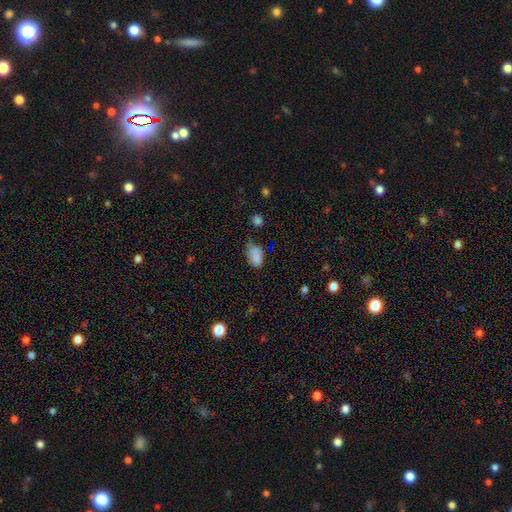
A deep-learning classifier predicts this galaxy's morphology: Q: Smooth or featured?
A: smooth (79%); runner-up: star or artifact (11%)
Q: How rounded?
A: in between (86%); runner-up: round (13%)
Q: Merging?
A: none (46%); runner-up: minor disturbance (37%)